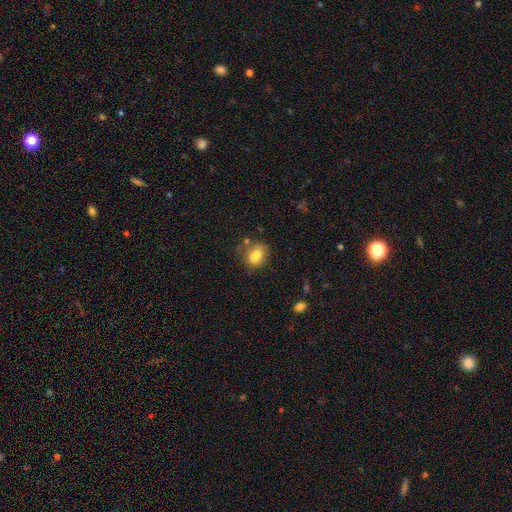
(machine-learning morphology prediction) Smooth or featured: smooth — 71% (featured or disk — 19%)
How rounded: in between — 58% (round — 40%)
Merging: none — 44% (merger — 29%)